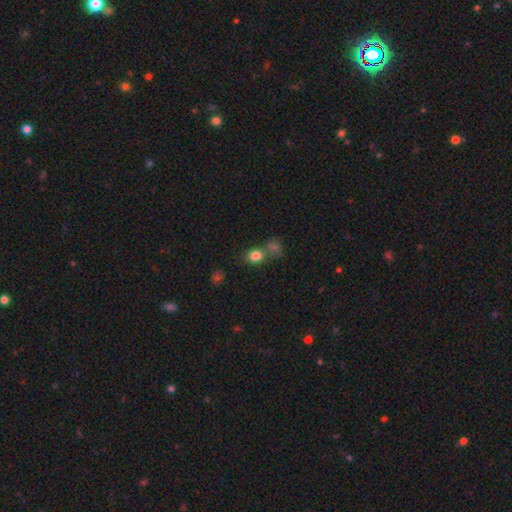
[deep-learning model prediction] Morphology: type=smooth (81%); roundness=round (63%); merging=none (55%).